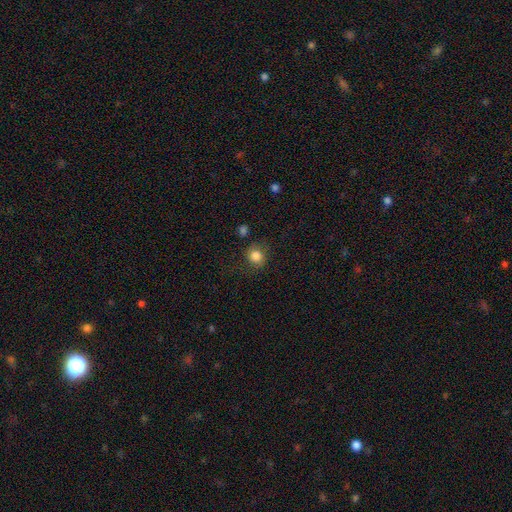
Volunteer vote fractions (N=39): Smooth or featured: smooth — 95% (featured or disk — 3%)
How rounded: round — 84% (in between — 16%)
Merging: none — 58% (minor disturbance — 24%)